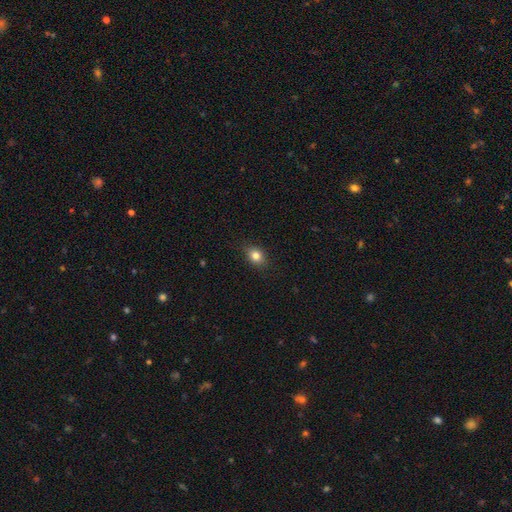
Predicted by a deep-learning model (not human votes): This appears to be a smooth galaxy with no disk features (81%) that is in between round and cigar-shaped (53%). Merging: none (84%).